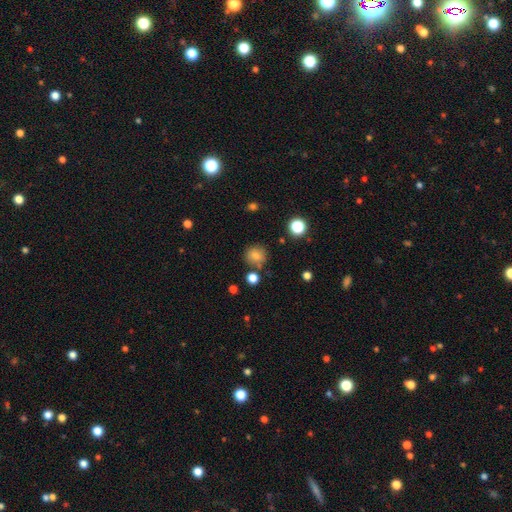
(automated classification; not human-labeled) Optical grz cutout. It shows a smooth galaxy with no disk features (79%) that is round (90%). Merging: none (80%).